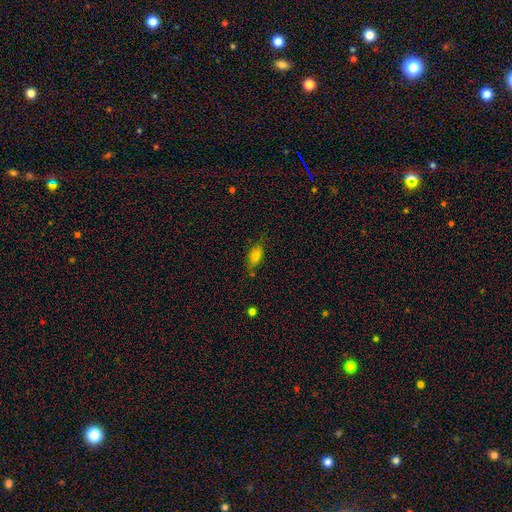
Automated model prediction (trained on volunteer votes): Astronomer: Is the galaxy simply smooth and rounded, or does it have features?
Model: smooth — 75%.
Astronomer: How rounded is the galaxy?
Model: in between — 82%.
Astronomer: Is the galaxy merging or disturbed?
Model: none — 68%.